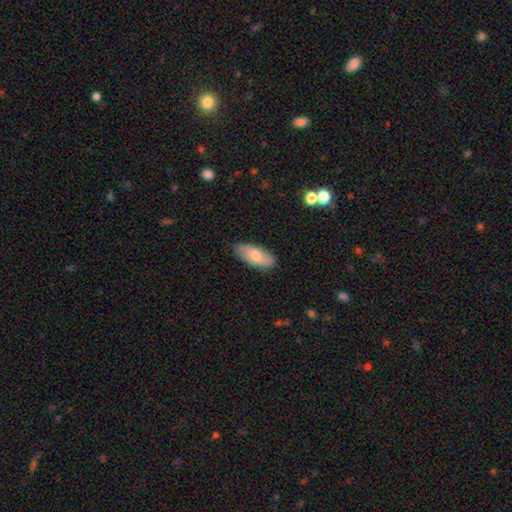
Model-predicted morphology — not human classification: Q: Smooth or featured?
A: smooth (73%); runner-up: featured or disk (21%)
Q: How rounded?
A: in between (86%); runner-up: cigar-shaped (12%)
Q: Merging?
A: none (81%); runner-up: minor disturbance (15%)